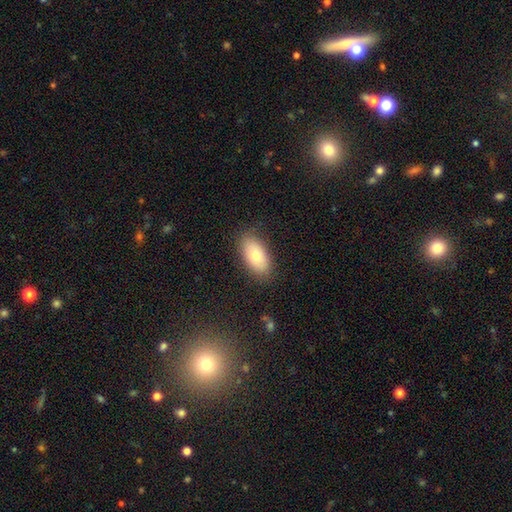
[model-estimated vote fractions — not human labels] smooth_or_featured: smooth (p=0.76) [alt: featured or disk p=0.17]
how_rounded: in between (p=0.93) [alt: round p=0.04]
merging: none (p=0.85) [alt: minor disturbance p=0.11]